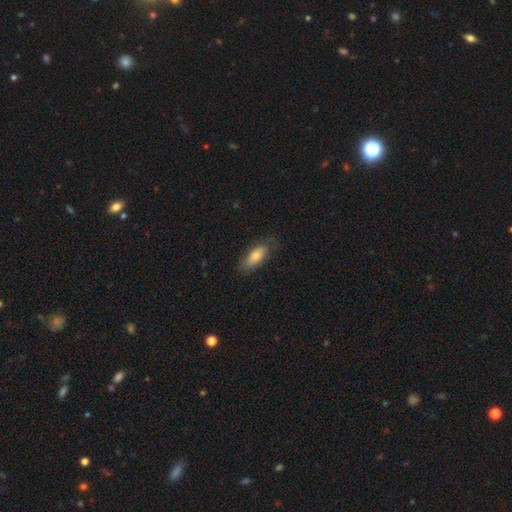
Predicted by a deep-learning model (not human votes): smooth_or_featured: smooth (p=0.73) [alt: featured or disk p=0.20]
how_rounded: in between (p=0.76) [alt: cigar-shaped p=0.21]
merging: none (p=0.73) [alt: minor disturbance p=0.20]